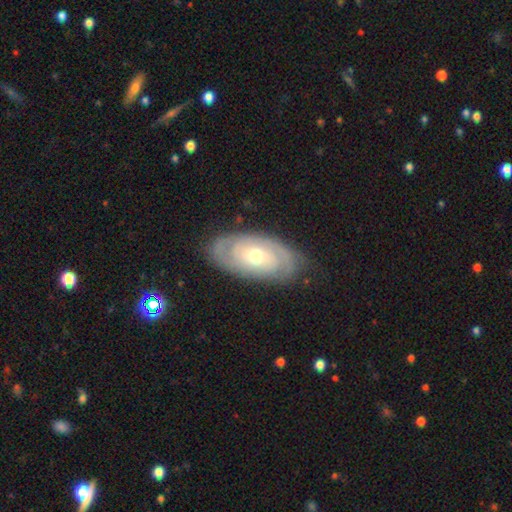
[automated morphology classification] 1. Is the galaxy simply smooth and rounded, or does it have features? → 76% featured or disk, 19% smooth, 5% star or artifact.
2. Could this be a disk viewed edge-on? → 93% no, 7% yes.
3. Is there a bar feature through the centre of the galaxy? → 76% no, 19% weak, 5% strong.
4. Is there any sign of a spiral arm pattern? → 84% yes, 16% no.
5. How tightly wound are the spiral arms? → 73% tight, 21% medium, 6% loose.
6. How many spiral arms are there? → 42% 2, 37% can't tell, 10% 3, 5% 1, 4% 4, 3% more than 4.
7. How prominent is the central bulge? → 57% moderate, 38% small, 3% large, 1% dominant, 1% none.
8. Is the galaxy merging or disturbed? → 80% none, 15% minor disturbance, 4% major disturbance, 1% merger.